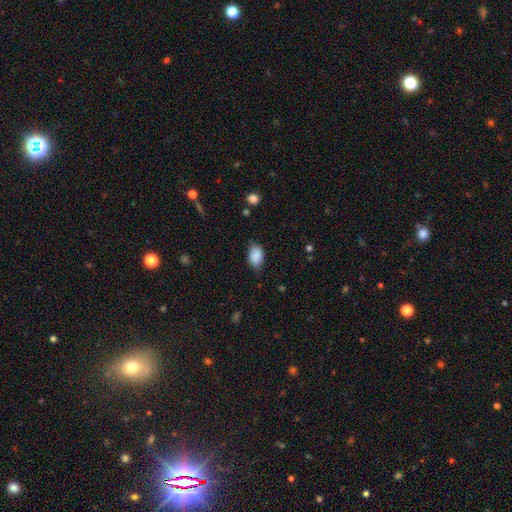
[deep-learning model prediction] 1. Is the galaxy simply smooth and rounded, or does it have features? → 88% smooth, 7% star or artifact, 5% featured or disk.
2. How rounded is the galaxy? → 84% in between, 15% round, 1% cigar-shaped.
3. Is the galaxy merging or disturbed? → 69% none, 25% minor disturbance, 5% major disturbance, 1% merger.